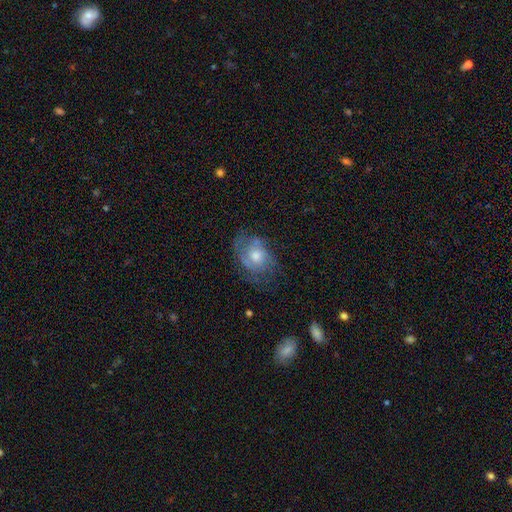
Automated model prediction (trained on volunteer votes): Smooth or featured?
  - featured or disk: 60% *
  - smooth: 30%
  - star or artifact: 10%
Edge-on disk?
  - no: 96% *
  - yes: 4%
Bar?
  - no: 79% *
  - weak: 19%
  - strong: 3%
Spiral arms?
  - yes: 74% *
  - no: 26%
Bulge size?
  - moderate: 61% *
  - small: 27%
  - large: 8%
  - none: 2%
  - dominant: 1%
Merging?
  - none: 59% *
  - minor disturbance: 24%
  - major disturbance: 15%
  - merger: 2%